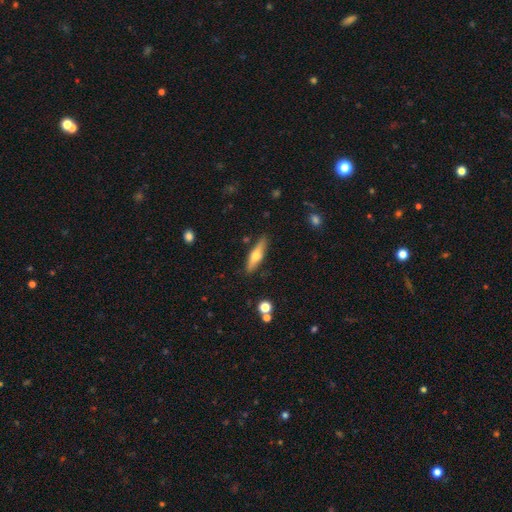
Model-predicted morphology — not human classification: The model was most divided on "smooth or featured": featured or disk: 49%, smooth: 44%, star or artifact: 6%. More confident: merging — none (87%).